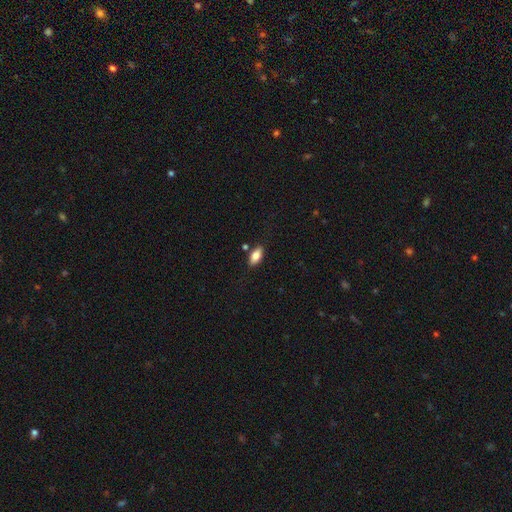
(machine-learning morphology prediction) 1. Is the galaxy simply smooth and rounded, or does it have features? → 82% smooth, 11% featured or disk, 7% star or artifact.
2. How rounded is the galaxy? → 89% in between, 8% cigar-shaped, 3% round.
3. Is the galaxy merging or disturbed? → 82% none, 11% minor disturbance, 4% merger, 3% major disturbance.